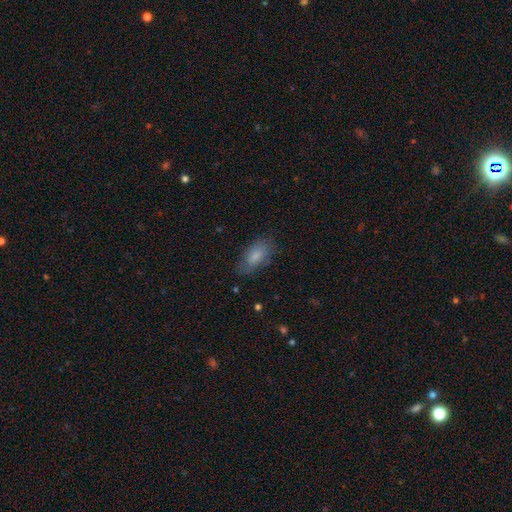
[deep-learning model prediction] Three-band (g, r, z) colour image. It shows a smooth galaxy with no disk features (78%) that is in between round and cigar-shaped (90%). Merging: none (73%).